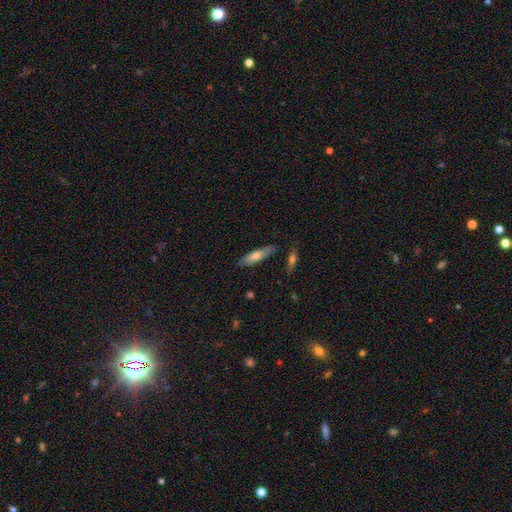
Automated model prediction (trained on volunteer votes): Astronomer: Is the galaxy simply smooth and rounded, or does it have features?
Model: smooth — 61%.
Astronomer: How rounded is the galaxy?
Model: cigar-shaped — 75%.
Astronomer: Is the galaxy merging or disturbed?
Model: none — 82%.